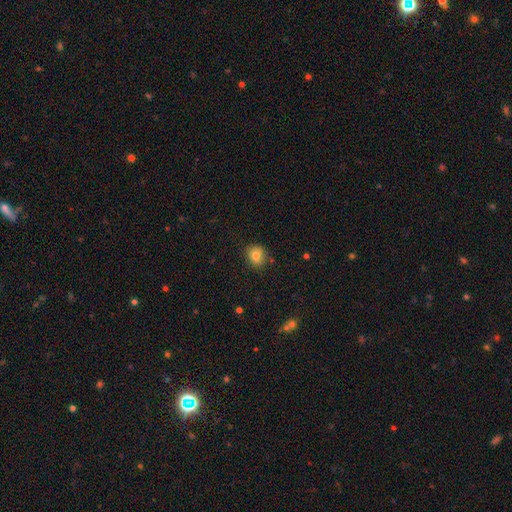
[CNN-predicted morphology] A smooth galaxy with no disk features (81%) that is round (82%).

Vote fractions:
- Smooth or featured? smooth: 81% / star or artifact: 11% / featured or disk: 8%
- How rounded? round: 82% / in between: 17% / cigar-shaped: 1%
- Merging? none: 85% / minor disturbance: 11% / major disturbance: 2% / merger: 2%